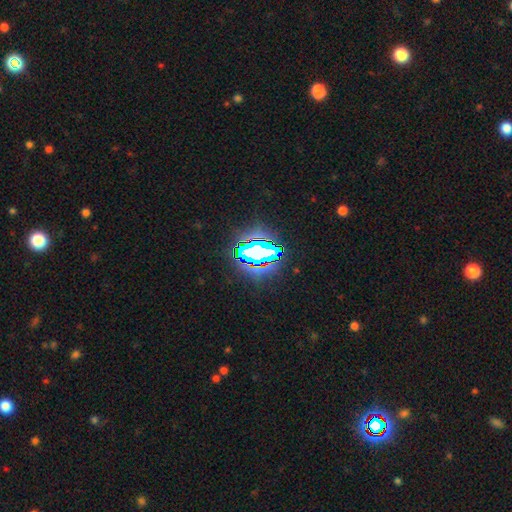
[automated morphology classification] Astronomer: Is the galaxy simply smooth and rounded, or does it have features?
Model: star or artifact — 70%.